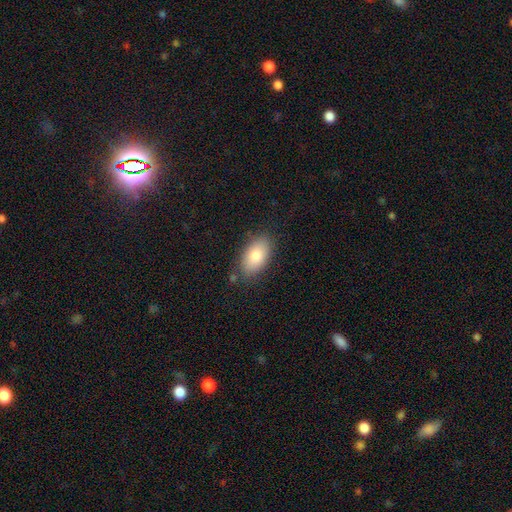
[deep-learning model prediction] smooth 80%, featured or disk 13%, star or artifact 7%. Down the decision tree: how rounded — in between (93%); merging — none (82%).